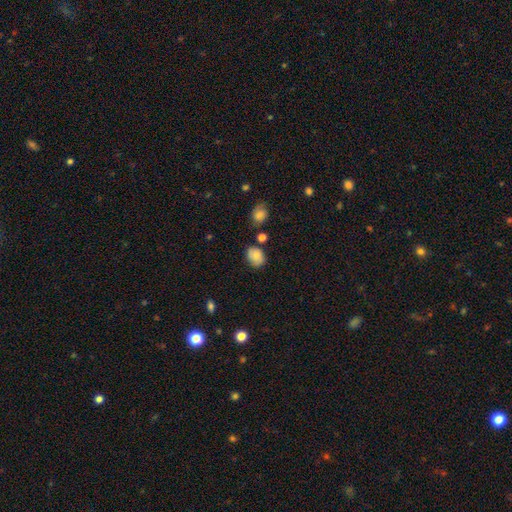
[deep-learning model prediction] This is clearly a smooth galaxy (82%). How rounded: possibly in between (57%). Merging: likely none (72%).